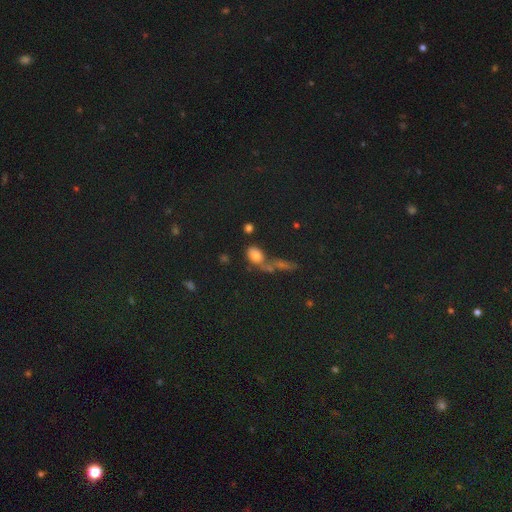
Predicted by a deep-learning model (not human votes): The model was most divided on "merging": none: 50%, merger: 31%, minor disturbance: 12%, major disturbance: 6%. More confident: how rounded — in between (78%); smooth or featured — smooth (73%).